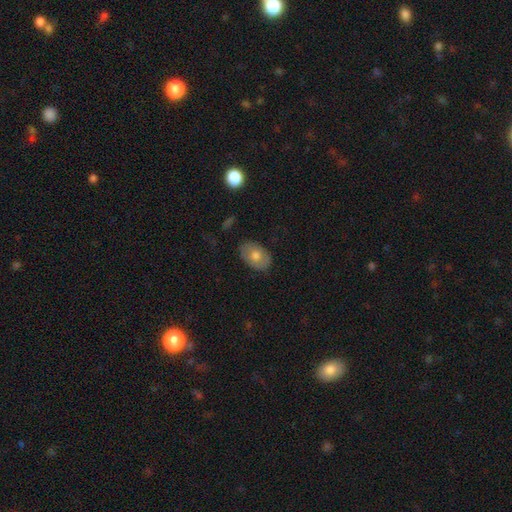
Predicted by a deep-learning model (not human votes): Q: Smooth or featured?
A: smooth (64%); runner-up: featured or disk (28%)
Q: How rounded?
A: in between (85%); runner-up: round (14%)
Q: Merging?
A: none (82%); runner-up: minor disturbance (13%)